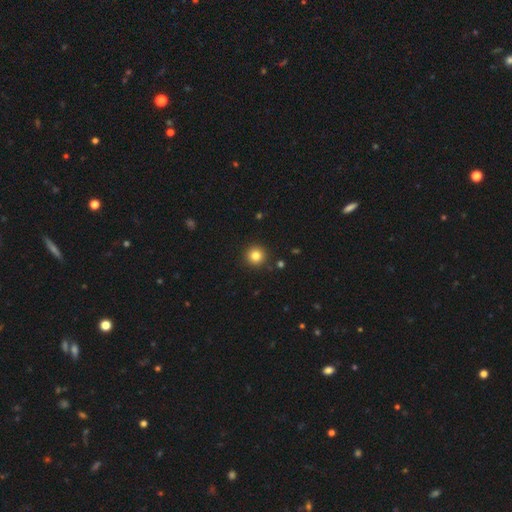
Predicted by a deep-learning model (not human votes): Overall: smooth (82%). How rounded: round (96%). Merging: none (91%).